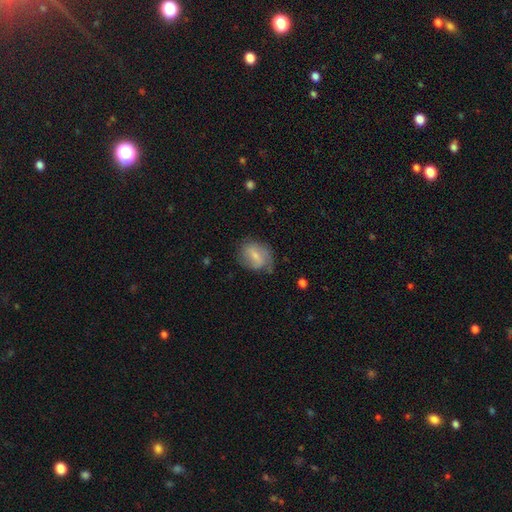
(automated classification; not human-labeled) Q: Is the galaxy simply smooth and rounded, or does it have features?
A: featured or disk — 50%.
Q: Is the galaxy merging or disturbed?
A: none — 58%.